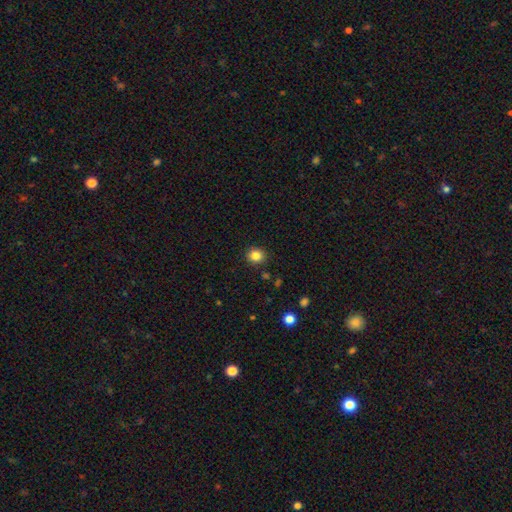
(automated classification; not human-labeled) smooth-or-featured: smooth: 84% | star or artifact: 11% | featured or disk: 5%
  how-rounded: round: 86% | in between: 13% | cigar-shaped: 1%
  merging: none: 90% | minor disturbance: 6% | major disturbance: 2% | merger: 1%